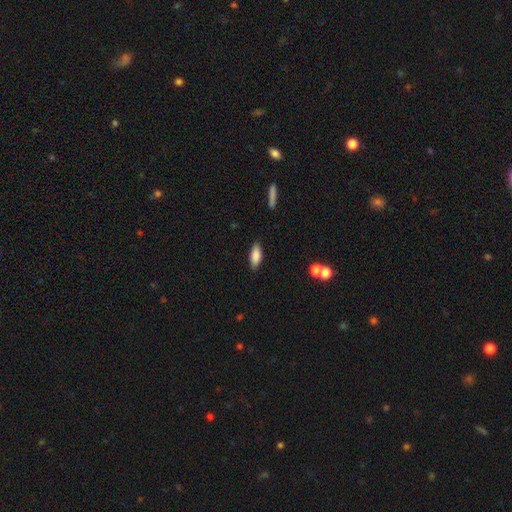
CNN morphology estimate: Overall: smooth (87%). How rounded: in between (79%). Merging: none (86%).